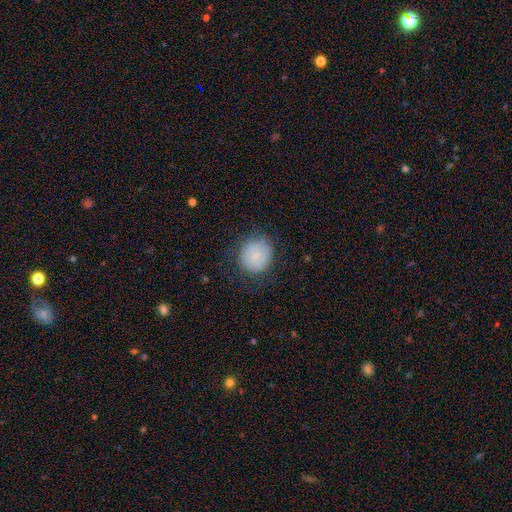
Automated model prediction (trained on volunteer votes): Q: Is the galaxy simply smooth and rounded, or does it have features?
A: smooth — 61%.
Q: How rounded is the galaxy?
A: round — 82%.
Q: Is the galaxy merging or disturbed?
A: none — 74%.